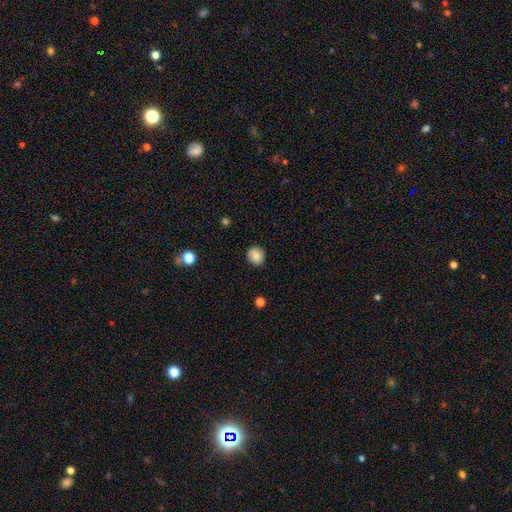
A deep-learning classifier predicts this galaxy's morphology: The model was most divided on "how rounded": round: 84%, in between: 15%, cigar-shaped: 1%. More confident: merging — none (88%); smooth or featured — smooth (83%).